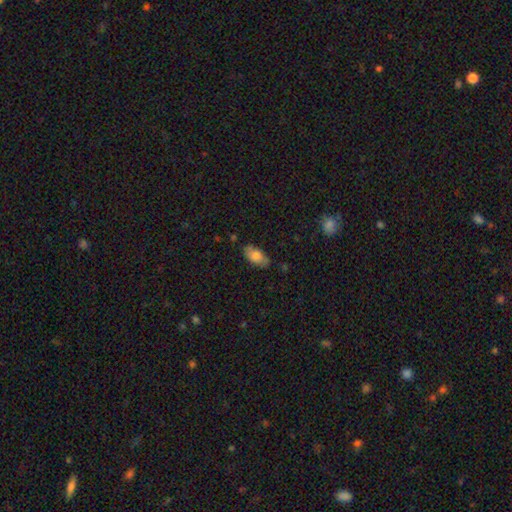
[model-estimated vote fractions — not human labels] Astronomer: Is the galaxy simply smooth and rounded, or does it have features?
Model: smooth — 76%.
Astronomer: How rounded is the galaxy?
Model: in between — 91%.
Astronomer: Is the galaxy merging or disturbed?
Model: none — 78%.